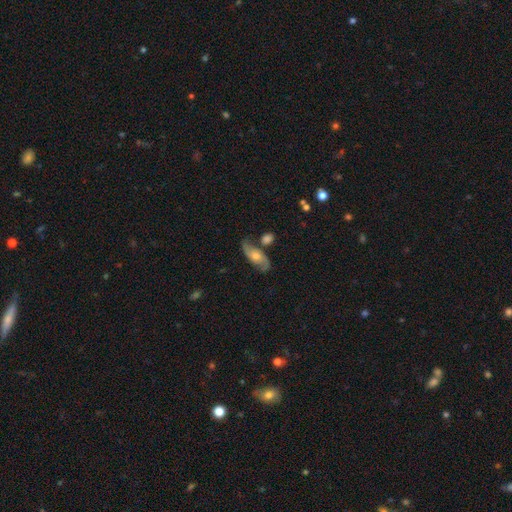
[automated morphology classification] Smooth or featured? featured or disk (72%)
Edge-on disk? no (91%)
Bar? no (70%)
Spiral arms? yes (91%)
Spiral winding? loose (50%)
Spiral arm count? 2 (88%)
Bulge size? moderate (60%)
Merging? none (64%)